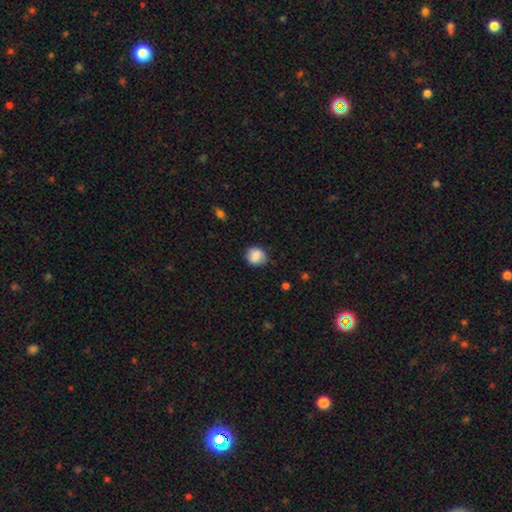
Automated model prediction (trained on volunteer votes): Overall: smooth (83%). How rounded: round (77%). Merging: none (76%).